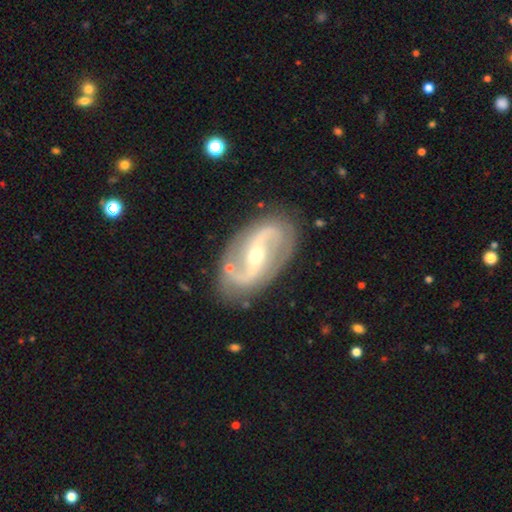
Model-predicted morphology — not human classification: This appears to be a featured or disk galaxy (89%) with a strong bar (48%), 2 (93%) loose (43%) spiral arms (95%) and a small central bulge (49%). Merging: none (82%).